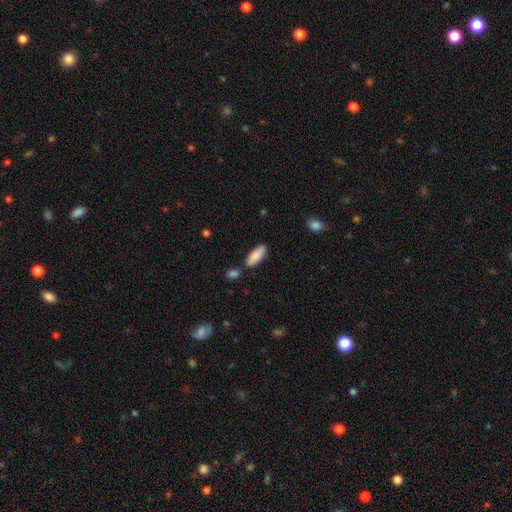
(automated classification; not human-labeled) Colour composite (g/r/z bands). It shows a smooth galaxy with no disk features (87%) that is in between round and cigar-shaped (74%). Merging: none (80%).